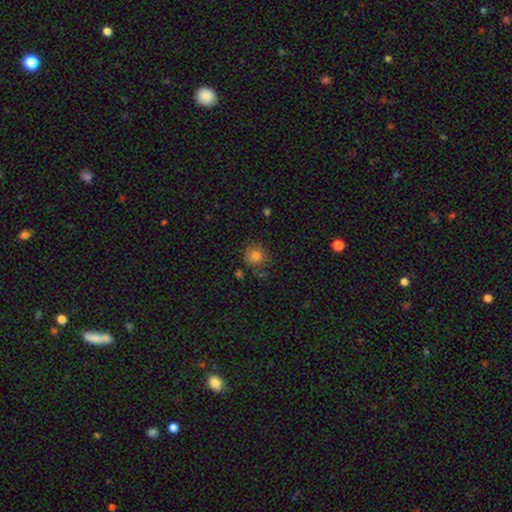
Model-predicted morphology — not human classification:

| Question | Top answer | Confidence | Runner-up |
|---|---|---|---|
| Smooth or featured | smooth | 79% | star or artifact (12%) |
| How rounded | round | 87% | in between (12%) |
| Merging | none | 72% | minor disturbance (18%) |